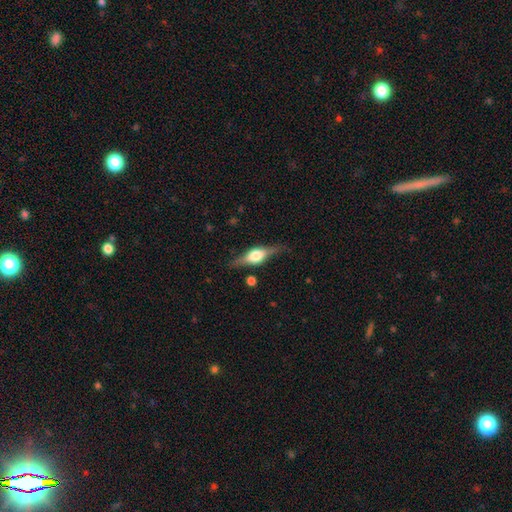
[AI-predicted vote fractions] Smooth or featured: featured or disk — 70% (smooth — 24%)
Edge-on disk: yes — 95% (no — 5%)
Edge-on bulge: rounded — 90% (boxy — 9%)
Merging: none — 80% (minor disturbance — 14%)